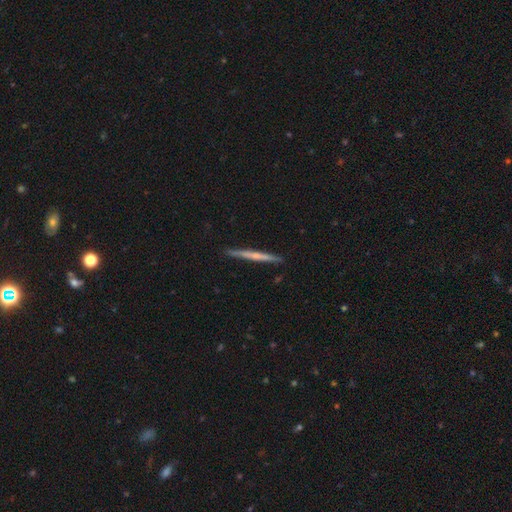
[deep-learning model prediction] A featured or disk galaxy (52%) viewed edge-on (98%) with no central bulge (68%).

Vote fractions:
- Smooth or featured? featured or disk: 52% / smooth: 42% / star or artifact: 5%
- Edge-on disk? yes: 98% / no: 2%
- Edge-on bulge? none: 68% / rounded: 25% / boxy: 7%
- Merging? none: 91% / minor disturbance: 6% / major disturbance: 1% / merger: 1%